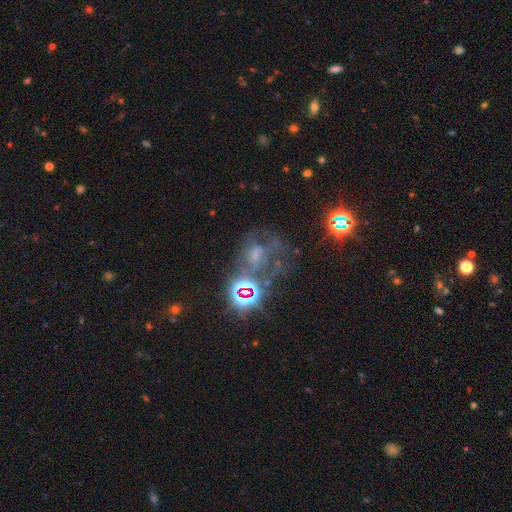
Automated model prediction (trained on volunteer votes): star or artifact 39%, featured or disk 35%, smooth 26%.